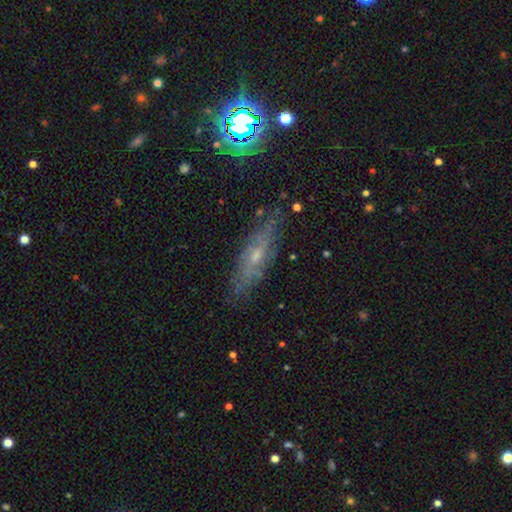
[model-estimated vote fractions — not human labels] smooth-or-featured: featured or disk: 57% | smooth: 30% | star or artifact: 13%
  disk-edge-on: no: 56% | yes: 44%
  merging: none: 75% | minor disturbance: 18% | major disturbance: 5% | merger: 2%